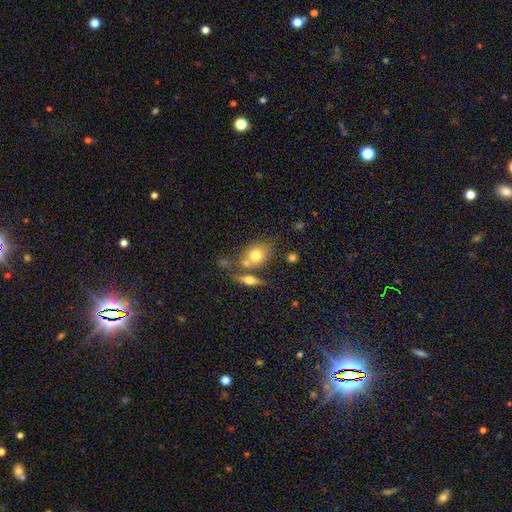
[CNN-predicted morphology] Smooth or featured? Predicted: smooth (p=0.73). How rounded? Predicted: in between (p=0.58). Merging? Predicted: none (p=0.48).